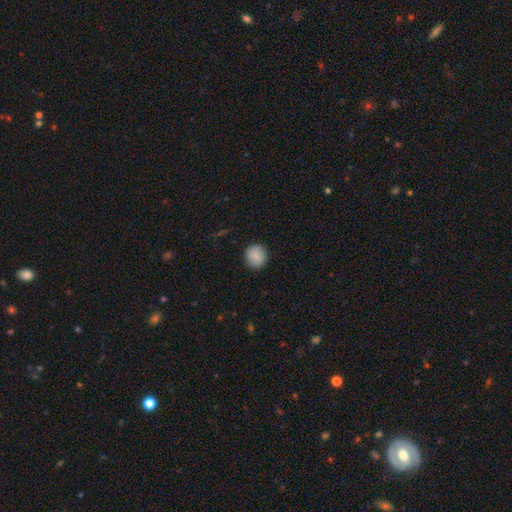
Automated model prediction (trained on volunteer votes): A smooth galaxy with no disk features (86%) that is round (92%).

Vote fractions:
- Smooth or featured? smooth: 86% / star or artifact: 7% / featured or disk: 6%
- How rounded? round: 92% / in between: 7% / cigar-shaped: 1%
- Merging? none: 90% / minor disturbance: 7% / major disturbance: 2% / merger: 1%